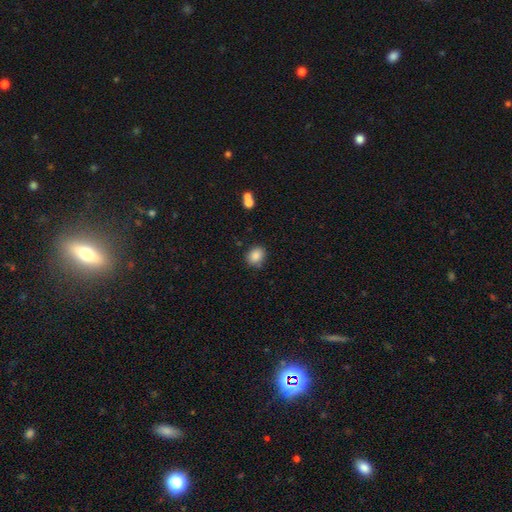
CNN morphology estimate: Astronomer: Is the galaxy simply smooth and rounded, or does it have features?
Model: smooth — 87%.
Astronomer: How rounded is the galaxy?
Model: round — 61% (runner-up: in between, 38%).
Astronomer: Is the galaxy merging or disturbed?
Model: none — 81%.